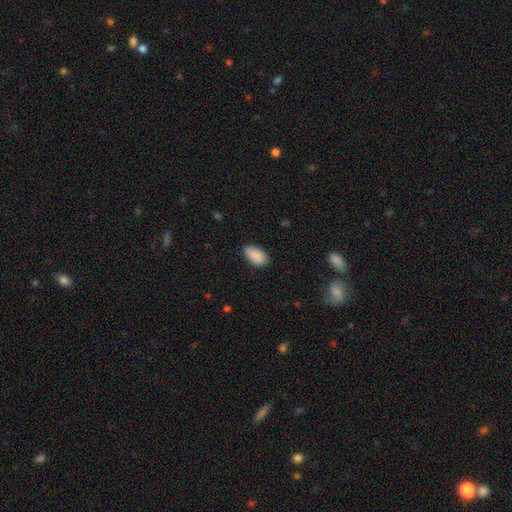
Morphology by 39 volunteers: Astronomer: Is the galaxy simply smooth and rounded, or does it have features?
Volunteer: smooth — 82%.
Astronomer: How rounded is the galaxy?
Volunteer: in between — 100%.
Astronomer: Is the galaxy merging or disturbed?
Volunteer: none — 77%.